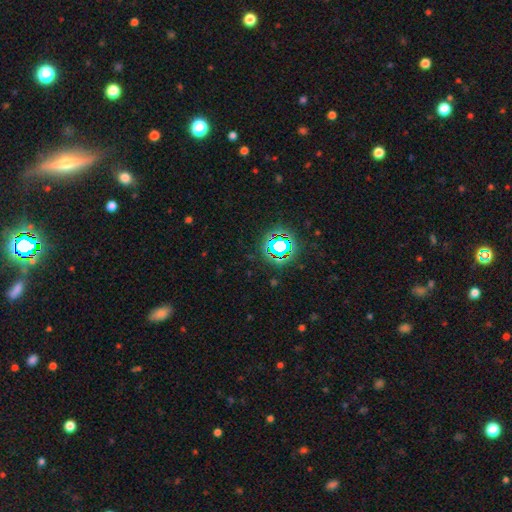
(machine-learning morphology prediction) smooth-or-featured: star or artifact: 75% | smooth: 16% | featured or disk: 9%